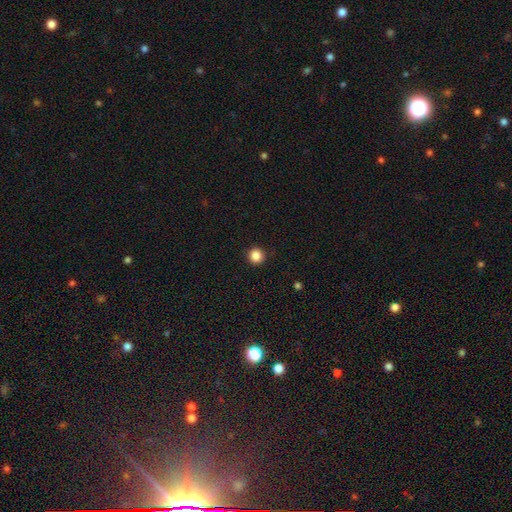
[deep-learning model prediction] smooth-or-featured: smooth: 86% | star or artifact: 11% | featured or disk: 3%
  how-rounded: round: 96% | in between: 3% | cigar-shaped: 1%
  merging: none: 93% | minor disturbance: 5% | major disturbance: 2% | merger: 1%